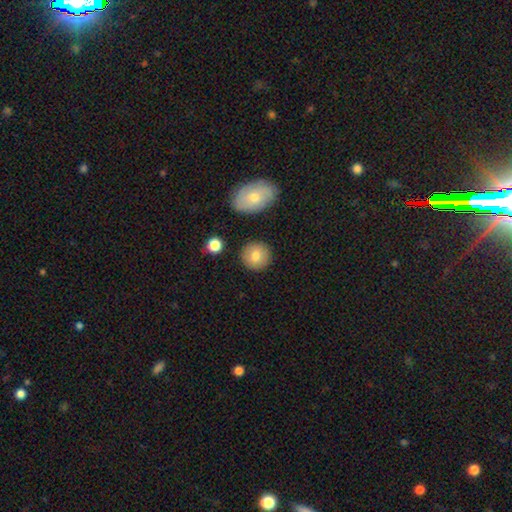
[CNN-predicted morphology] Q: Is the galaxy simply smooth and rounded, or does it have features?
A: smooth — 79%.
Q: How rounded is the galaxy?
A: round — 90%.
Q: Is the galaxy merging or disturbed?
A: none — 87%.